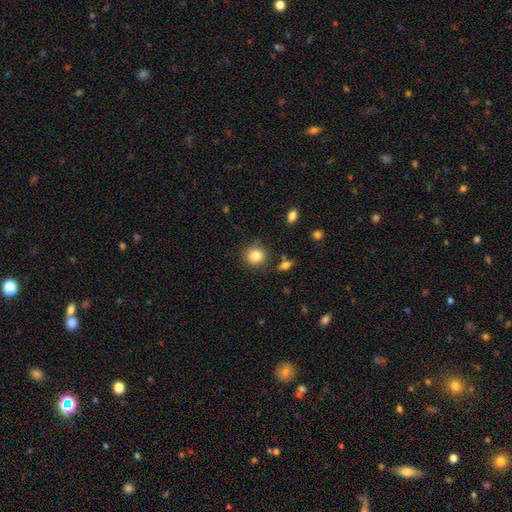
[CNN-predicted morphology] Overall: smooth (84%). How rounded: round (83%). Merging: none (80%).